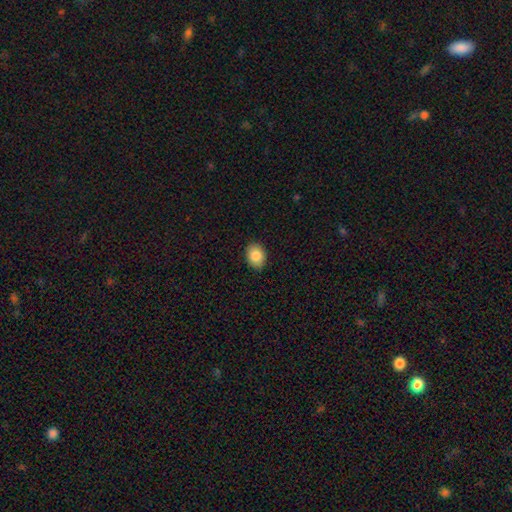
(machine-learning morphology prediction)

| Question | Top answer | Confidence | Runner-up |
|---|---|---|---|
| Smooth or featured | smooth | 87% | star or artifact (8%) |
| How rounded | in between | 67% | round (32%) |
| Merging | none | 88% | minor disturbance (9%) |